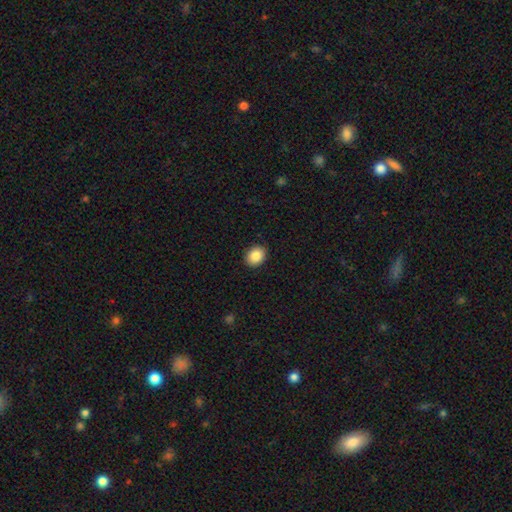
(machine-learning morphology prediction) Q: Smooth or featured?
A: smooth (86%); runner-up: star or artifact (9%)
Q: How rounded?
A: round (51%); runner-up: in between (48%)
Q: Merging?
A: none (90%); runner-up: minor disturbance (7%)